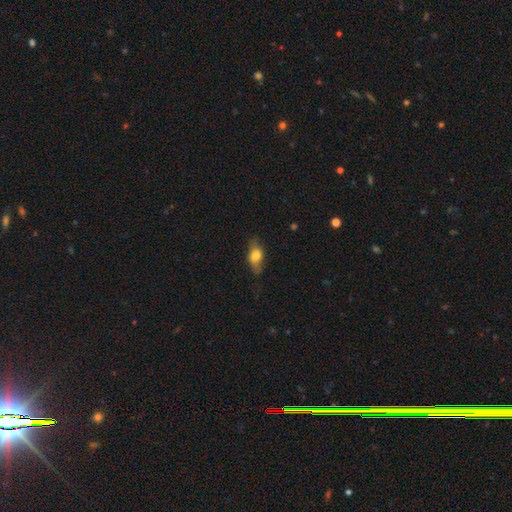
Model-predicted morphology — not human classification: A smooth galaxy with no disk features (69%) that is in between round and cigar-shaped (80%). Merging: none (74%).